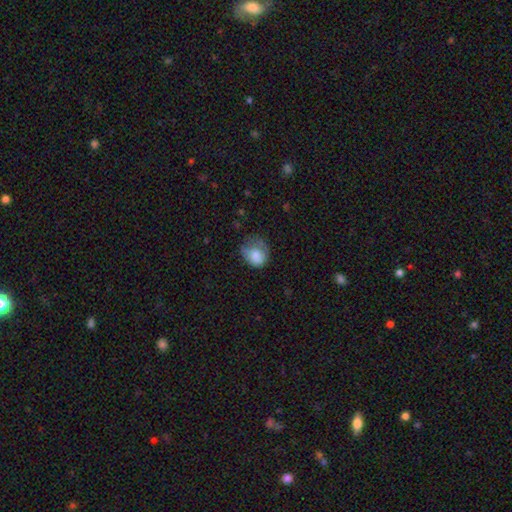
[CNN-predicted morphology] smooth-or-featured: smooth: 76% | featured or disk: 16% | star or artifact: 8%
  how-rounded: round: 60% | in between: 39% | cigar-shaped: 1%
  merging: minor disturbance: 36% | none: 34% | major disturbance: 28% | merger: 2%